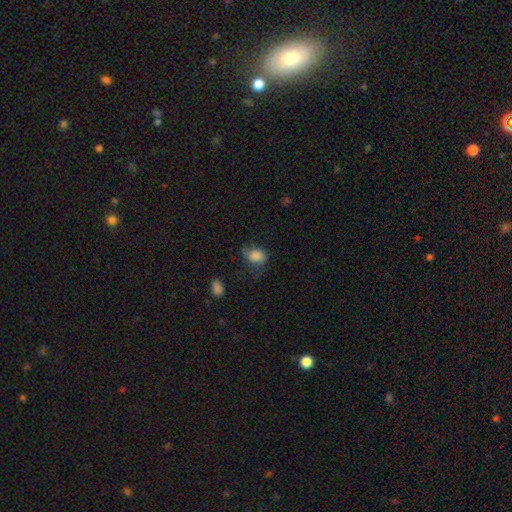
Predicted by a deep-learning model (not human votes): Overall: smooth (74%). How rounded: in between (56%; round 43%). Merging: none (45%; minor disturbance 31%).